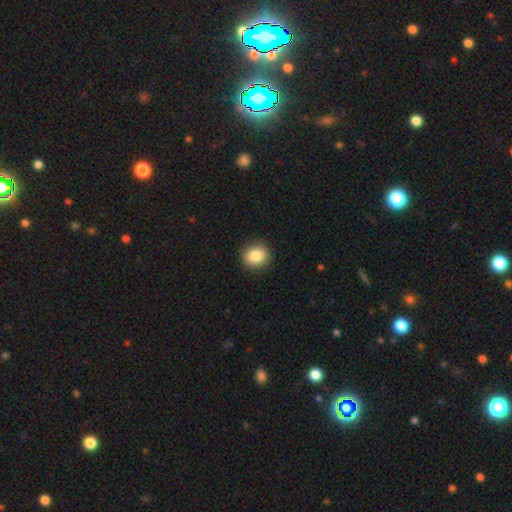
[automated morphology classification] Smooth or featured? smooth (84%)
How rounded? round (73%)
Merging? none (89%)